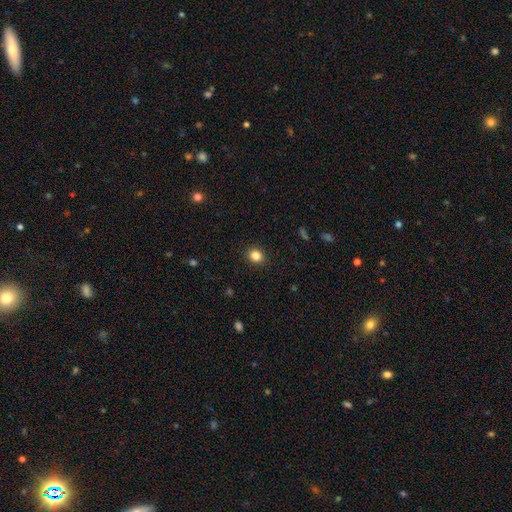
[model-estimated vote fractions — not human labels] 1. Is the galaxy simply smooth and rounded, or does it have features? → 84% smooth, 11% star or artifact, 5% featured or disk.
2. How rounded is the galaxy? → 78% round, 21% in between, 1% cigar-shaped.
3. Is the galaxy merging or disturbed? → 91% none, 6% minor disturbance, 2% major disturbance, 1% merger.